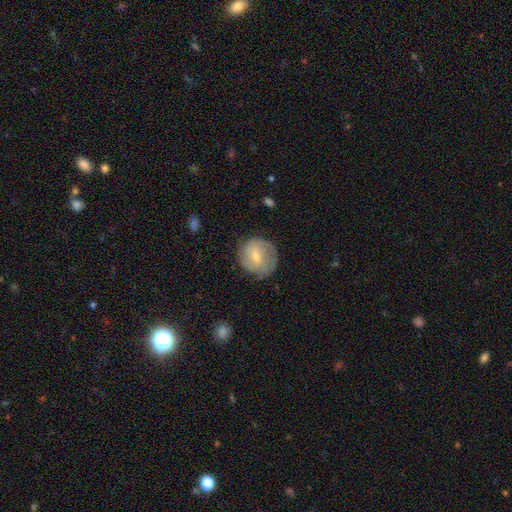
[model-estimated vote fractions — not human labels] The model was most divided on "smooth or featured": featured or disk: 54%, smooth: 40%, star or artifact: 7%. More confident: edge-on disk — no (97%); spiral arms — yes (76%); merging — none (69%); bar — weak (57%); bulge size — small (56%).